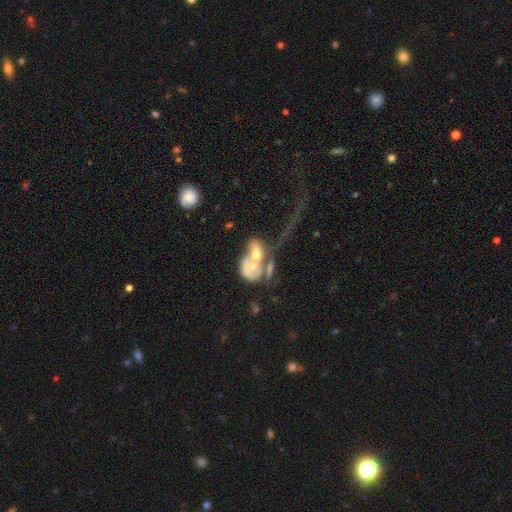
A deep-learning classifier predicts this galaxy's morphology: Overall: featured or disk (63%; smooth 27%). Edge-on disk: no (93%). Bar: no (77%). Spiral arms: yes (53%; no 47%). Bulge size: moderate (56%; small 30%). Merging: merger (63%).